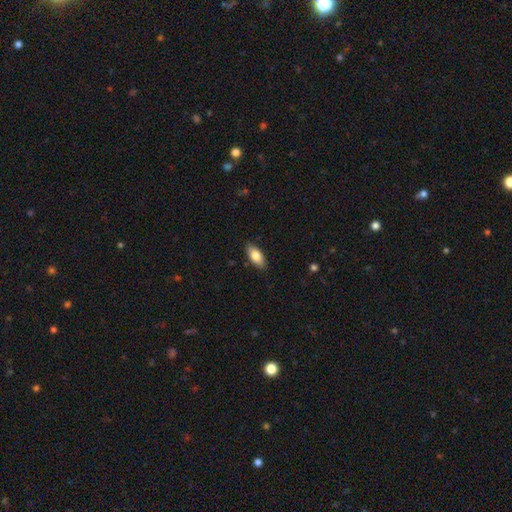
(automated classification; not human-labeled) This is clearly a smooth galaxy (81%). How rounded: clearly in between (85%). Merging: clearly none (87%).